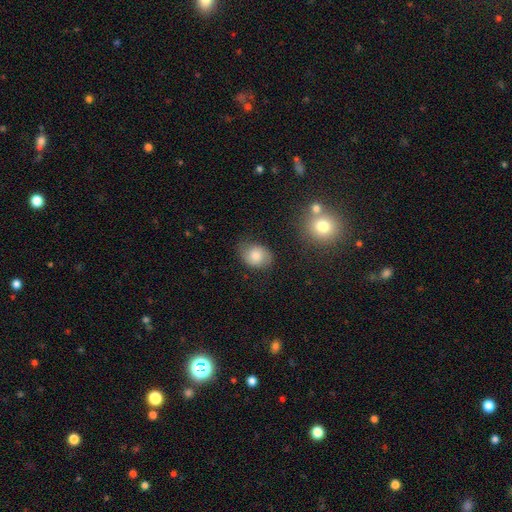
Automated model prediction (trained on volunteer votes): smooth_or_featured: smooth (p=0.68) [alt: featured or disk p=0.23]
how_rounded: in between (p=0.55) [alt: round p=0.44]
merging: none (p=0.70) [alt: minor disturbance p=0.21]